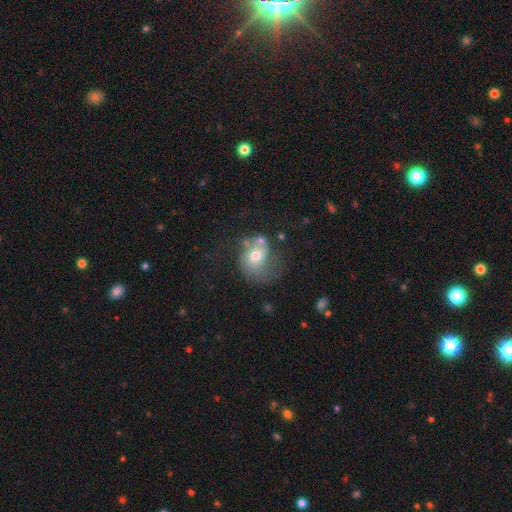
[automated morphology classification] Smooth or featured? smooth (51%)
How rounded? in between (50%)
Merging? none (32%, tied with major disturbance)